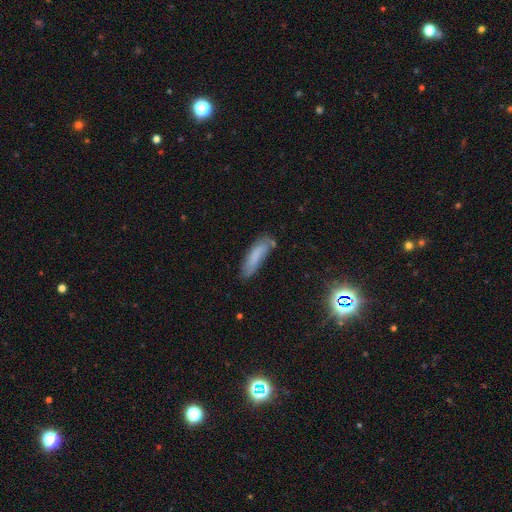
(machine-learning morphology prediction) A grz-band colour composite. It shows a smooth galaxy with no disk features (71%) that is cigar-shaped (64%). Merging: none (63%).